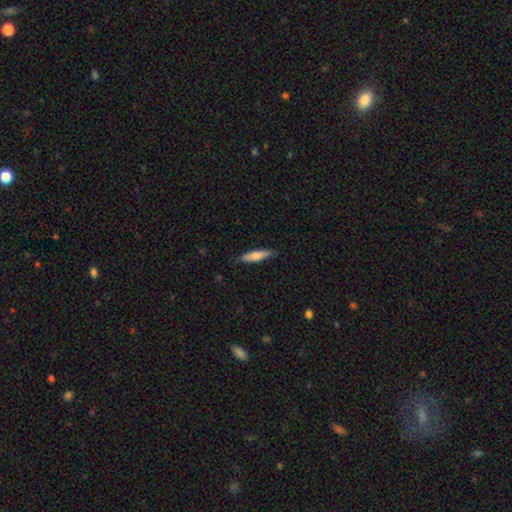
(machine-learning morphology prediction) A smooth galaxy with no disk features (70%) that is cigar-shaped (78%).

Vote fractions:
- Smooth or featured? smooth: 70% / featured or disk: 24% / star or artifact: 6%
- How rounded? cigar-shaped: 78% / in between: 21% / round: 2%
- Merging? none: 86% / minor disturbance: 11% / major disturbance: 2% / merger: 1%